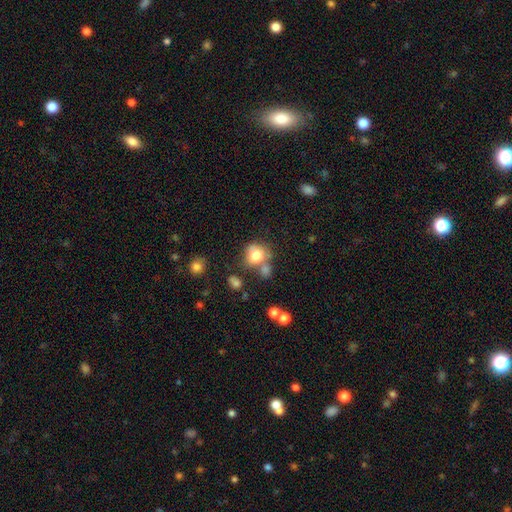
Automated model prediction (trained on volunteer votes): A smooth galaxy with no disk features (76%) that is round (72%).

Vote fractions:
- Smooth or featured? smooth: 76% / featured or disk: 14% / star or artifact: 11%
- How rounded? round: 72% / in between: 27% / cigar-shaped: 1%
- Merging? none: 49% / merger: 25% / minor disturbance: 18% / major disturbance: 8%